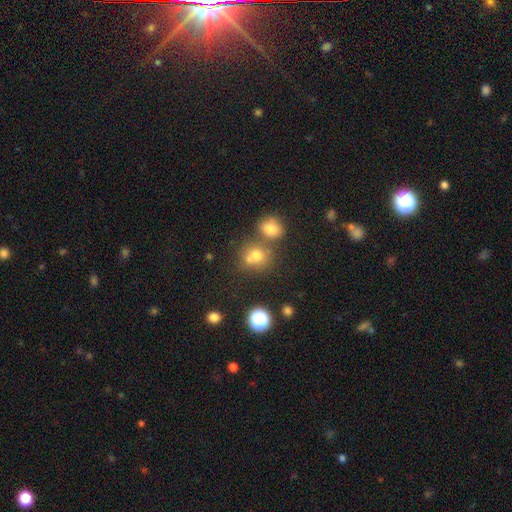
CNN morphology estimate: type=smooth (70%); roundness=round (79%); merging=none (49%).